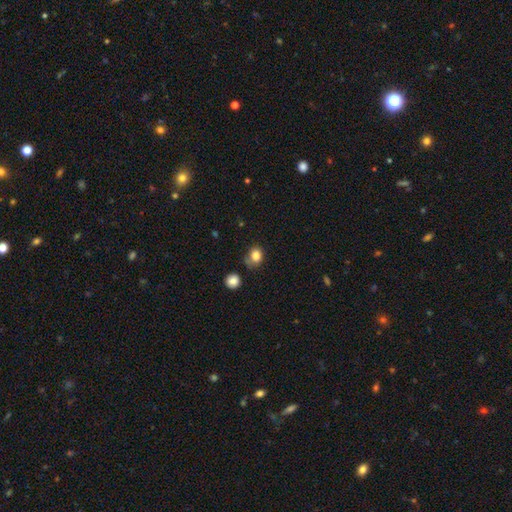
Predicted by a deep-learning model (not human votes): This appears to be a smooth galaxy with no disk features (83%) that is round (56%). Merging: none (58%).